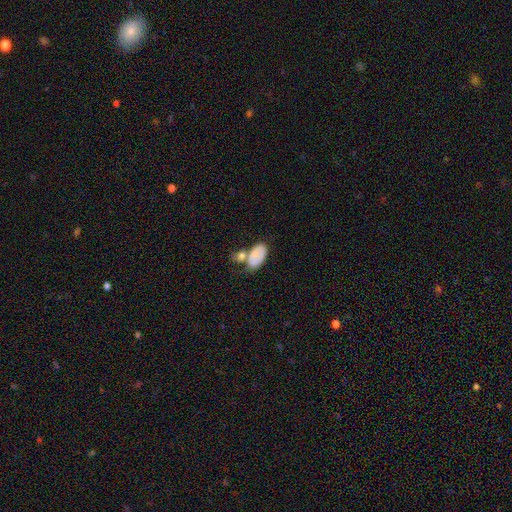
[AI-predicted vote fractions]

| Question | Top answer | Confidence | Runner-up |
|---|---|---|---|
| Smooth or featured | smooth | 71% | featured or disk (21%) |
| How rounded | in between | 94% | round (5%) |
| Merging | merger | 37% | none (35%) |